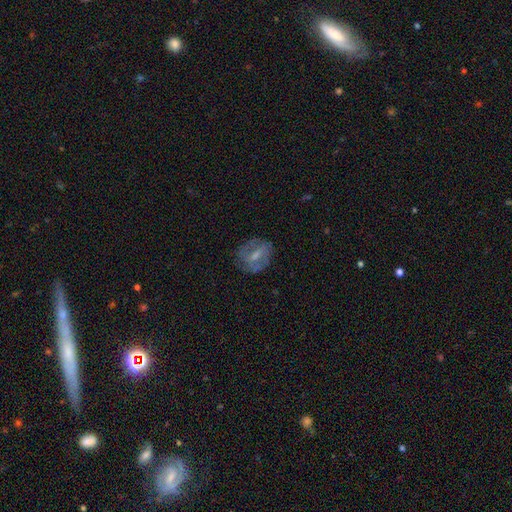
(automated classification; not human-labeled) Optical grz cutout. It shows a featured or disk galaxy (55%) with a weak bar (46%), spiral arms (51%) and a moderate central bulge (42%). Merging: none (70%).